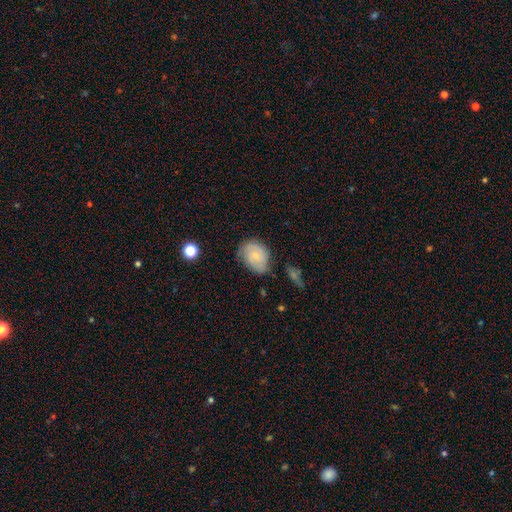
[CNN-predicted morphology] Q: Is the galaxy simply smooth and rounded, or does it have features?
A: smooth — 57%.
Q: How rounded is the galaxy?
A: in between — 61%.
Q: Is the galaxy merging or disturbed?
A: none — 62%.